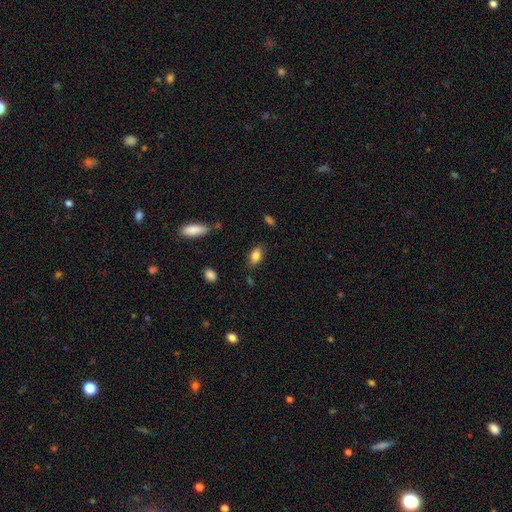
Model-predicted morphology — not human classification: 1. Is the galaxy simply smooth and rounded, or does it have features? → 81% smooth, 11% featured or disk, 8% star or artifact.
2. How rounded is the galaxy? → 87% in between, 7% round, 6% cigar-shaped.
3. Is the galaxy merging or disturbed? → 78% none, 16% minor disturbance, 4% major disturbance, 3% merger.